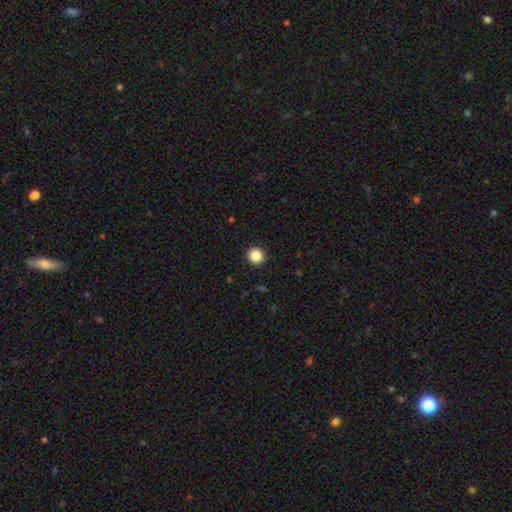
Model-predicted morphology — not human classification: type=smooth (87%); roundness=round (95%); merging=none (93%).